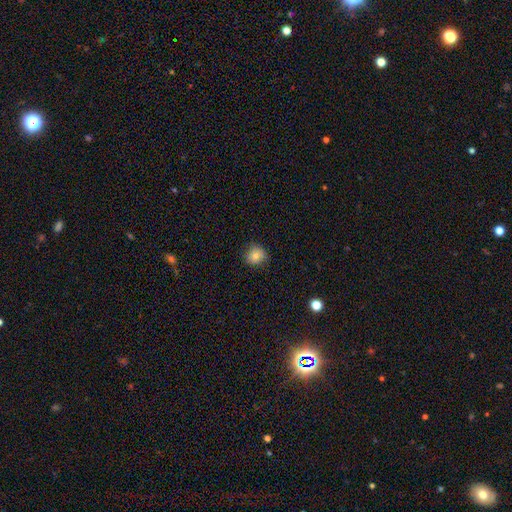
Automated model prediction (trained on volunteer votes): This appears to be a smooth galaxy with no disk features (79%) that is round (86%). Merging: none (80%).